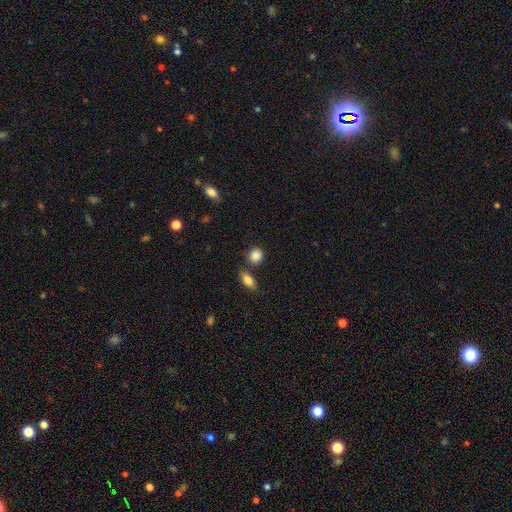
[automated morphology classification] smooth 87%, star or artifact 8%, featured or disk 5%. Down the decision tree: how rounded — round (74%); merging — none (73%).